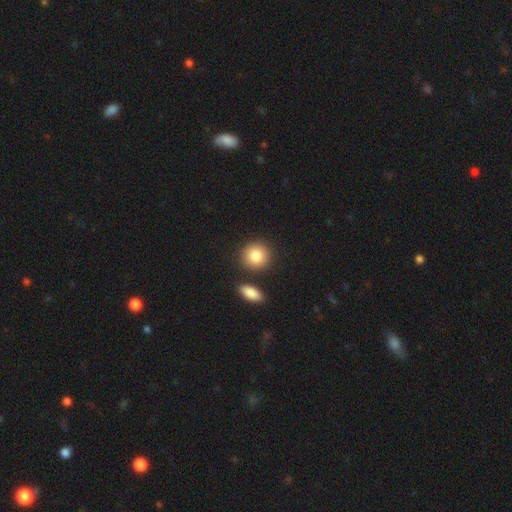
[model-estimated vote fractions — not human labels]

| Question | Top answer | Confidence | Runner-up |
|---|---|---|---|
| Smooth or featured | smooth | 86% | featured or disk (7%) |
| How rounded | round | 82% | in between (17%) |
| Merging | none | 80% | merger (10%) |